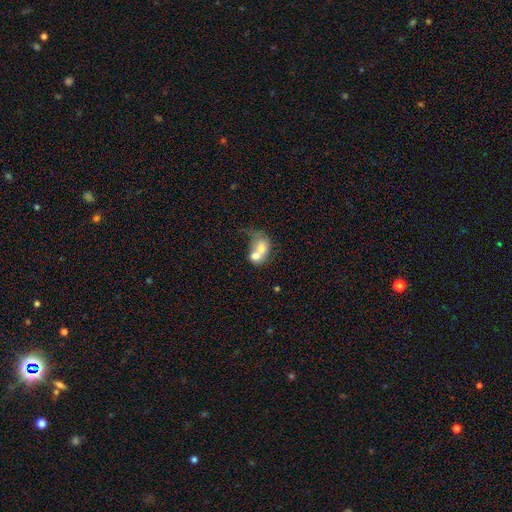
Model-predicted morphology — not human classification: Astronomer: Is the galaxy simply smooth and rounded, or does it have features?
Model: smooth — 62%.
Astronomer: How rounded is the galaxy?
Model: in between — 56% (runner-up: round, 43%).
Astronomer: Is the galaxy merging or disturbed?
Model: merger — 75%.